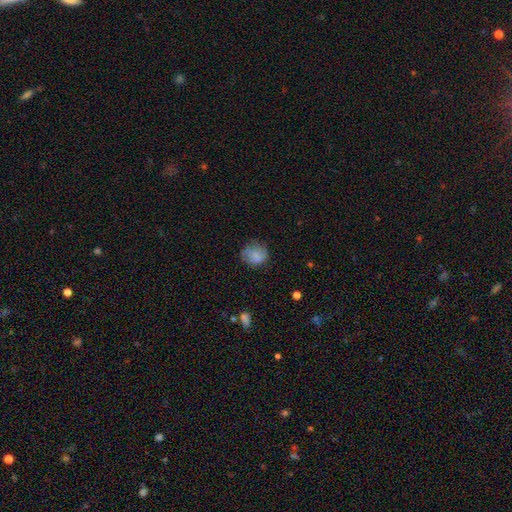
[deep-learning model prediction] Smooth or featured? Predicted: smooth (p=0.80). How rounded? Predicted: round (p=0.69). Merging? Predicted: none (p=0.66).